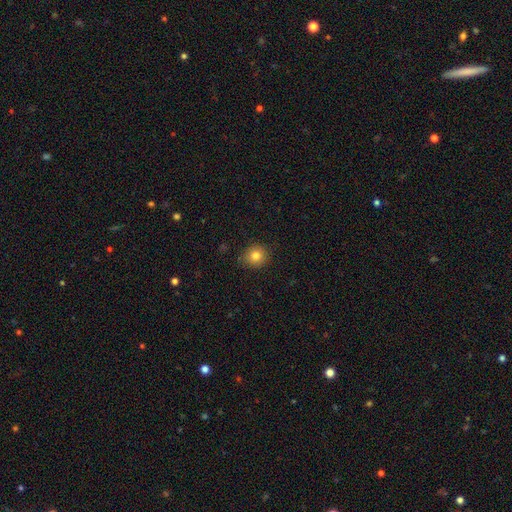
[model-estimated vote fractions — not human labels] A smooth galaxy with no disk features (81%) that is round (88%).

Vote fractions:
- Smooth or featured? smooth: 81% / star or artifact: 12% / featured or disk: 8%
- How rounded? round: 88% / in between: 11% / cigar-shaped: 1%
- Merging? none: 88% / minor disturbance: 9% / major disturbance: 2% / merger: 1%